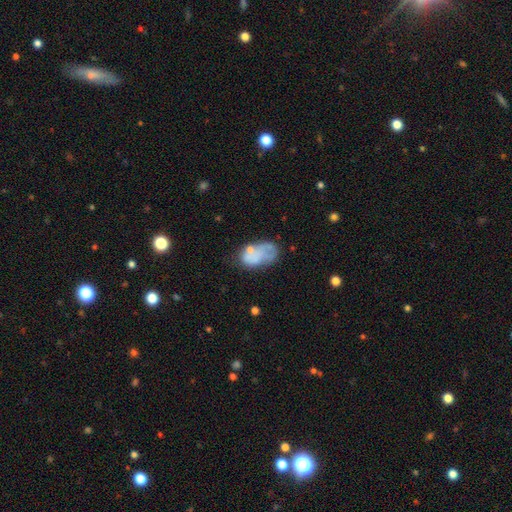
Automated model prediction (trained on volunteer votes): Smooth or featured?
  - smooth: 55% *
  - featured or disk: 35%
  - star or artifact: 10%
How rounded?
  - in between: 91% *
  - round: 7%
  - cigar-shaped: 2%
Merging?
  - none: 36% *
  - minor disturbance: 27%
  - major disturbance: 24%
  - merger: 13%